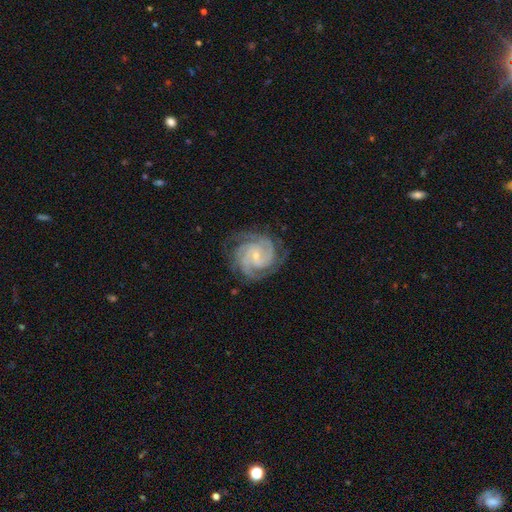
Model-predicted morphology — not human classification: A featured or disk galaxy (91%) with no bar (61%), 3 (36%) tight (72%) spiral arms (99%) and a small central bulge (74%).

Vote fractions:
- Smooth or featured? featured or disk: 91% / star or artifact: 5% / smooth: 4%
- Edge-on disk? no: 98% / yes: 2%
- Bar? no: 61% / weak: 30% / strong: 9%
- Spiral arms? yes: 99% / no: 1%
- Spiral winding? tight: 72% / medium: 25% / loose: 3%
- Spiral arm count? 3: 36% / 4: 28% / 2: 14% / can't tell: 11% / more than 4: 7% / 1: 6%
- Bulge size? small: 74% / moderate: 22% / none: 2% / large: 1% / dominant: 1%
- Merging? none: 78% / minor disturbance: 15% / major disturbance: 6% / merger: 1%